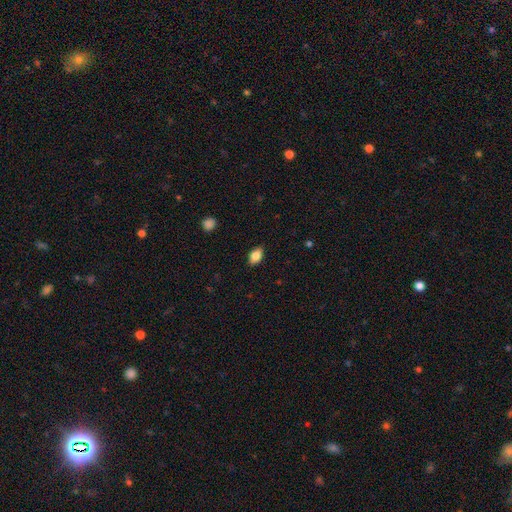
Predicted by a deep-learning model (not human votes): Smooth or featured: smooth — 84% (featured or disk — 9%)
How rounded: in between — 89% (round — 8%)
Merging: none — 87% (minor disturbance — 10%)